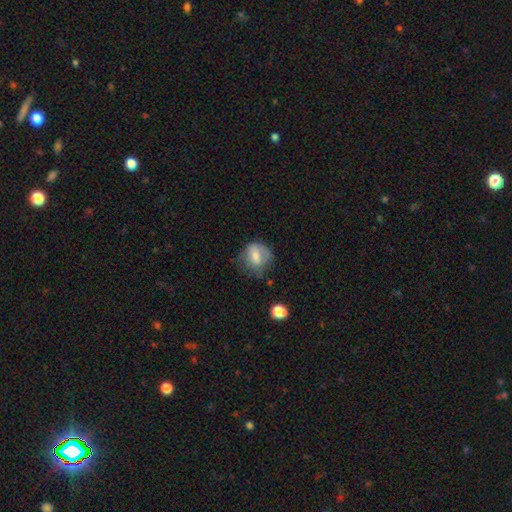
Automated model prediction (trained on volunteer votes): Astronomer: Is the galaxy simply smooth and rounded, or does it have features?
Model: smooth — 60%.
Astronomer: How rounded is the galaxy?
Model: round — 63%.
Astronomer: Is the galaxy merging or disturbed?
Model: none — 47% (runner-up: minor disturbance, 30%).